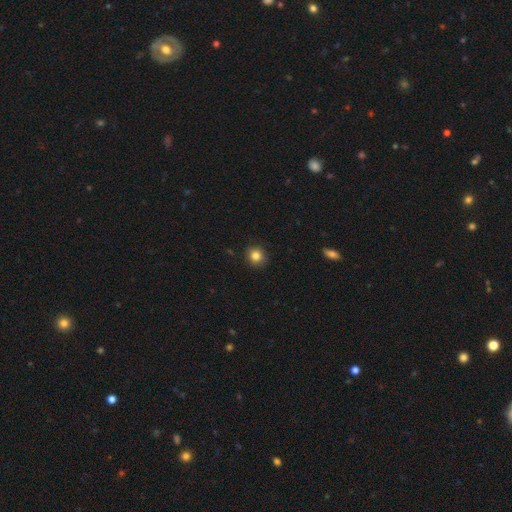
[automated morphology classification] Smooth or featured?
  - smooth: 83% *
  - star or artifact: 11%
  - featured or disk: 5%
How rounded?
  - round: 90% *
  - in between: 9%
  - cigar-shaped: 1%
Merging?
  - none: 90% *
  - minor disturbance: 7%
  - major disturbance: 2%
  - merger: 1%